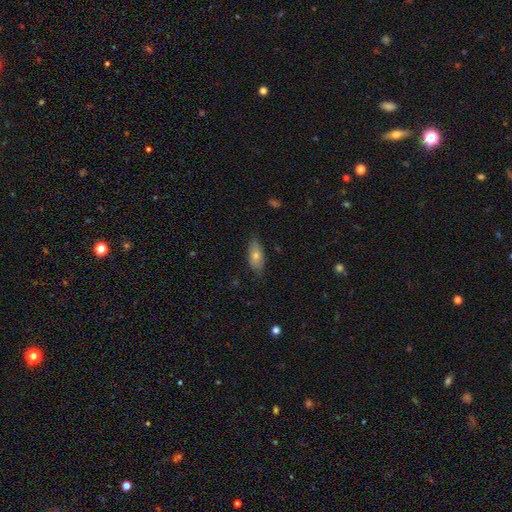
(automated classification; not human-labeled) smooth_or_featured: smooth (p=0.66) [alt: featured or disk p=0.26]
how_rounded: in between (p=0.83) [alt: cigar-shaped p=0.13]
merging: none (p=0.79) [alt: minor disturbance p=0.17]